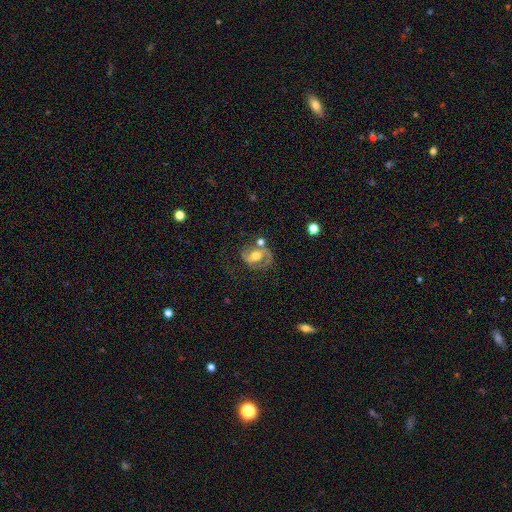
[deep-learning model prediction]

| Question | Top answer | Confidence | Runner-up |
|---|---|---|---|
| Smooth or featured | featured or disk | 73% | smooth (20%) |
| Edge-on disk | no | 96% | yes (4%) |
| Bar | weak | 38% | no (33%) |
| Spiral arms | yes | 82% | no (18%) |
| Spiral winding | medium | 50% | loose (27%) |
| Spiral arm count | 2 | 76% | 1 (13%) |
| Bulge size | moderate | 72% | small (14%) |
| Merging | none | 54% | minor disturbance (20%) |